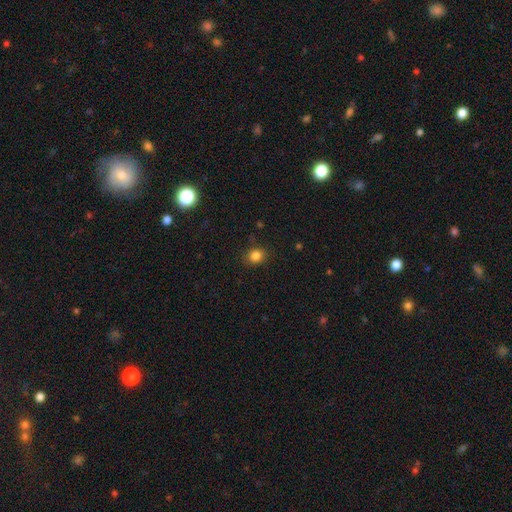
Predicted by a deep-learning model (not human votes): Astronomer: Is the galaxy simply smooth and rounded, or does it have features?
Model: smooth — 83%.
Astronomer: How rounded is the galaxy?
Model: round — 73%.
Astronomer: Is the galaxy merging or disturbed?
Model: none — 86%.